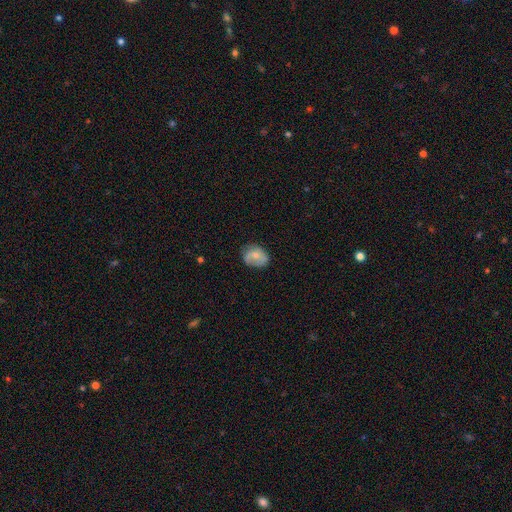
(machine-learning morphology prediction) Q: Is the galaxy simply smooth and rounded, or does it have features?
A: smooth — 53%.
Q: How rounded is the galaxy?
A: in between — 51%.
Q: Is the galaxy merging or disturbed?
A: none — 64%.